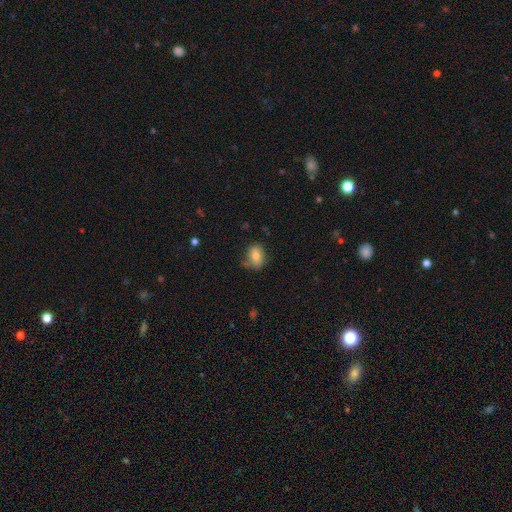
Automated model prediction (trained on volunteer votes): Smooth or featured? smooth (74%)
How rounded? in between (65%)
Merging? none (65%)